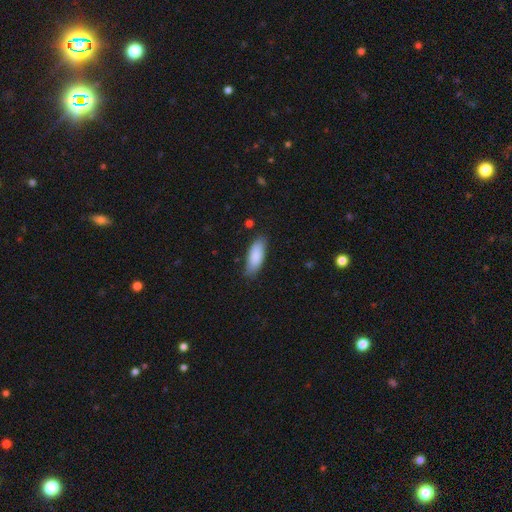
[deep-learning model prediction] smooth_or_featured: smooth (p=0.86) [alt: featured or disk p=0.08]
how_rounded: in between (p=0.75) [alt: cigar-shaped p=0.23]
merging: none (p=0.76) [alt: minor disturbance p=0.19]